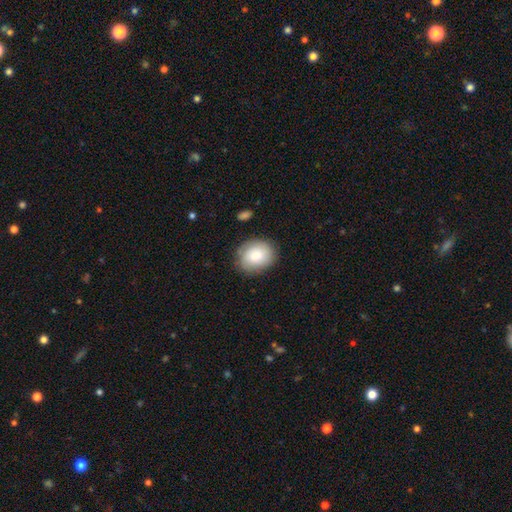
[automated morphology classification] smooth 80%, featured or disk 13%, star or artifact 7%. Down the decision tree: how rounded — round (52%); merging — none (81%).